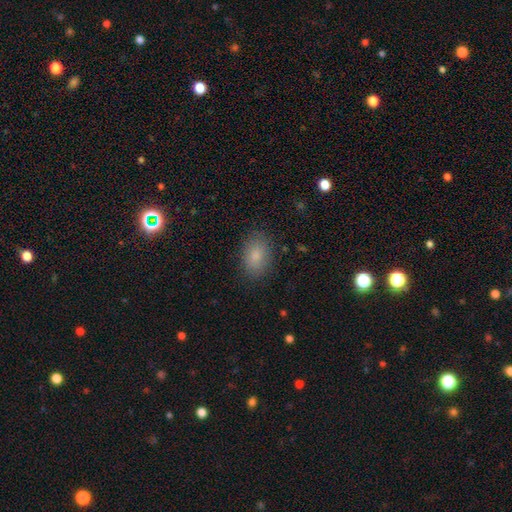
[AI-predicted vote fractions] Smooth or featured?
  - smooth: 83% *
  - star or artifact: 9%
  - featured or disk: 8%
How rounded?
  - in between: 85% *
  - round: 13%
  - cigar-shaped: 2%
Merging?
  - none: 85% *
  - minor disturbance: 11%
  - major disturbance: 3%
  - merger: 1%